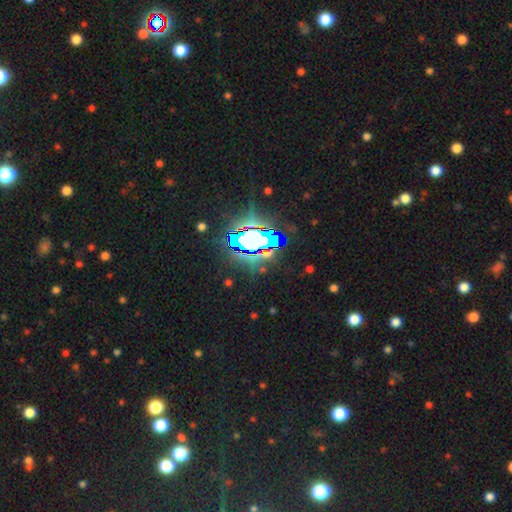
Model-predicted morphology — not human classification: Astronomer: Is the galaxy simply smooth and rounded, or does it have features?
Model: star or artifact — 84%.